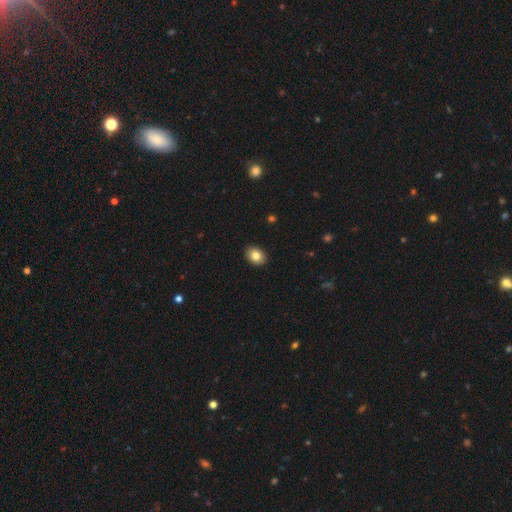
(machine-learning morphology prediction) Overall: smooth (83%). How rounded: in between (65%; round 34%). Merging: none (91%).